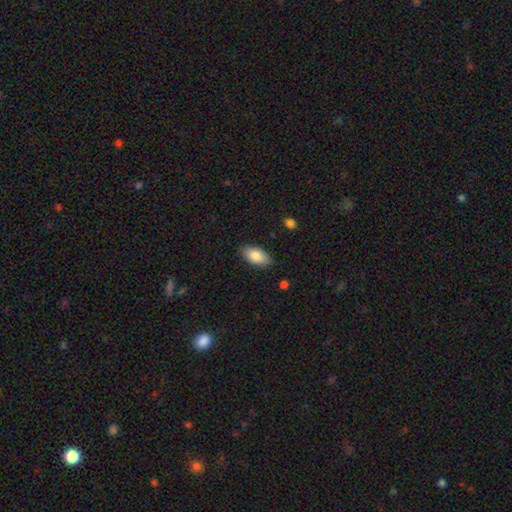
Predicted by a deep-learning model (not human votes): smooth-or-featured: smooth: 87% | featured or disk: 7% | star or artifact: 6%
  how-rounded: in between: 93% | cigar-shaped: 4% | round: 3%
  merging: none: 86% | minor disturbance: 10% | major disturbance: 2% | merger: 1%